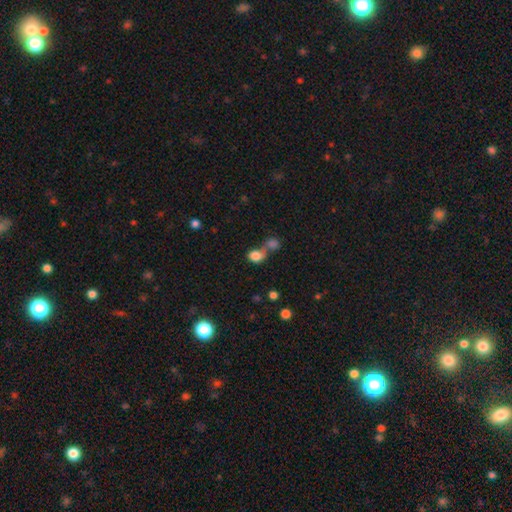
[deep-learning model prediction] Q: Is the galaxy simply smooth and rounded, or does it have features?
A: smooth — 81%.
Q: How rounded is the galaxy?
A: in between — 56%.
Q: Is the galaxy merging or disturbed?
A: merger — 54%.